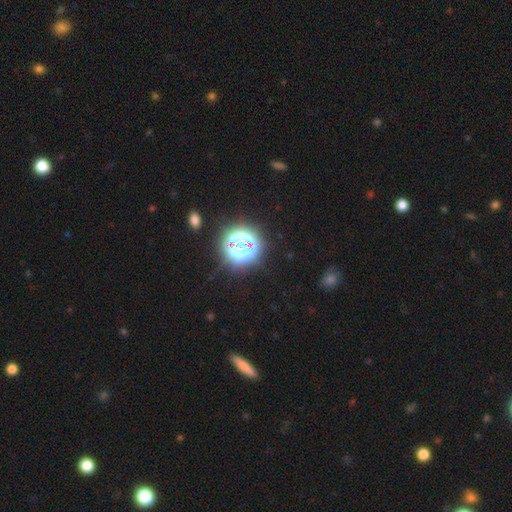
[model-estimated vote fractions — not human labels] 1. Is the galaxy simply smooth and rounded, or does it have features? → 77% star or artifact, 17% smooth, 6% featured or disk.